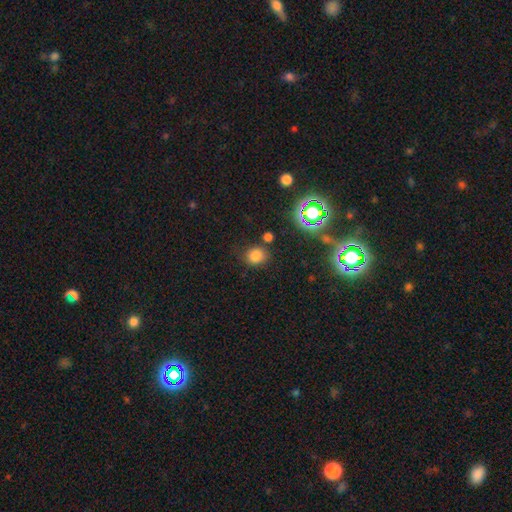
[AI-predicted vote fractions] Morphology: type=smooth (76%); roundness=round (72%); merging=none (76%).